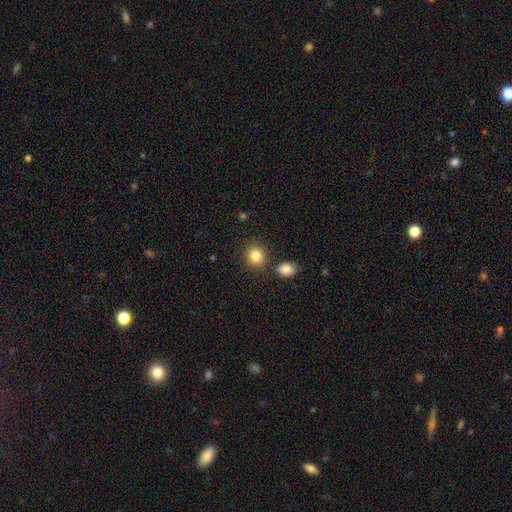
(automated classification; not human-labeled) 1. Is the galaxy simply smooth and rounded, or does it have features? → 85% smooth, 9% star or artifact, 5% featured or disk.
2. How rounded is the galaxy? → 82% round, 17% in between, 1% cigar-shaped.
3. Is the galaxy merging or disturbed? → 83% none, 8% minor disturbance, 7% merger, 3% major disturbance.